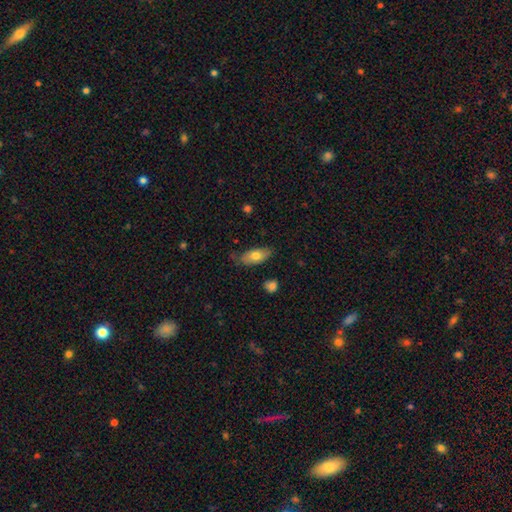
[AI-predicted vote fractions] smooth 72%, featured or disk 21%, star or artifact 7%. Down the decision tree: how rounded — in between (87%); merging — none (69%).